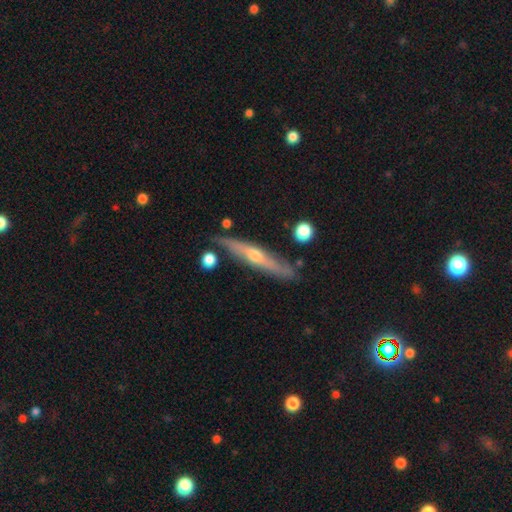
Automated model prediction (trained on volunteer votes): smooth-or-featured: featured or disk: 67% | smooth: 28% | star or artifact: 6%
  disk-edge-on: yes: 92% | no: 8%
    edge-on-bulge: rounded: 85% | none: 11% | boxy: 4%
  merging: none: 81% | minor disturbance: 13% | merger: 4% | major disturbance: 3%